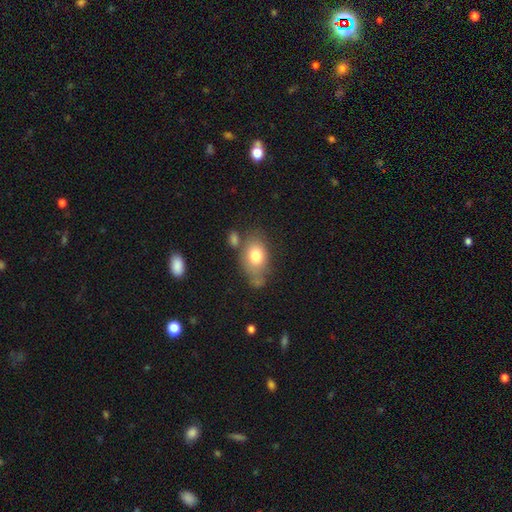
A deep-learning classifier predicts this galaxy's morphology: Smooth or featured: smooth — 77% (featured or disk — 15%)
How rounded: in between — 80% (round — 18%)
Merging: none — 51% (minor disturbance — 23%)